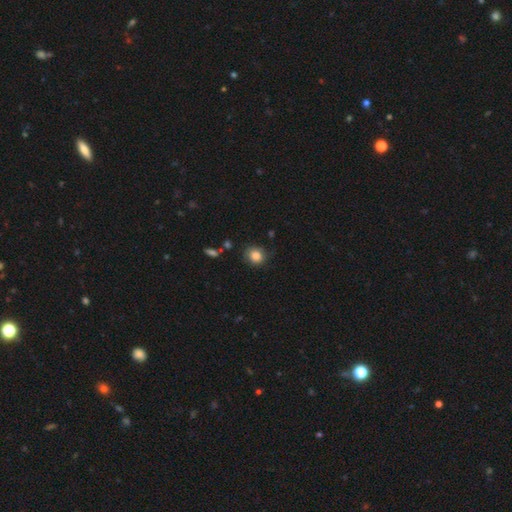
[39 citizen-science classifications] A smooth galaxy with no disk features (95%) that is round (86%).

Vote fractions:
- Smooth or featured? smooth: 95% / star or artifact: 5% / featured or disk: 0%
- How rounded? round: 86% / in between: 14% / cigar-shaped: 0%
- Merging? none: 73% / minor disturbance: 22% / major disturbance: 5% / merger: 0%